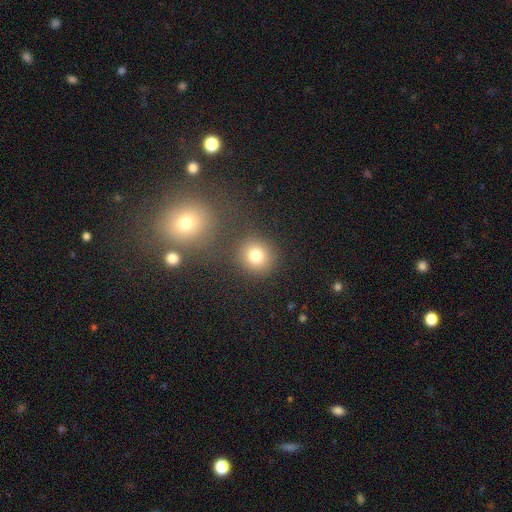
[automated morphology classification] smooth-or-featured: smooth: 79% | star or artifact: 13% | featured or disk: 8%
  how-rounded: round: 89% | in between: 10% | cigar-shaped: 1%
  merging: none: 82% | minor disturbance: 8% | merger: 7% | major disturbance: 3%